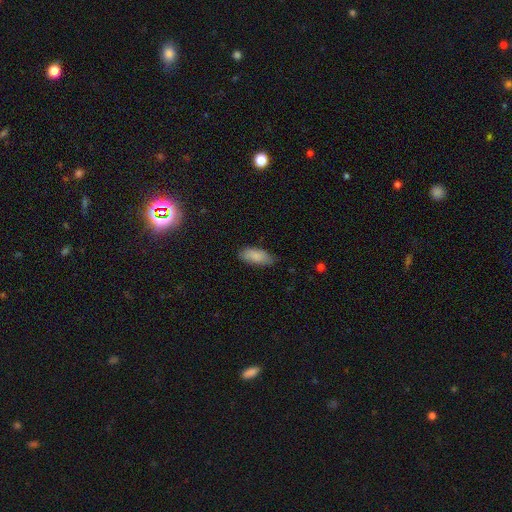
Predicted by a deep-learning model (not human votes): The model was most divided on "merging": none: 75%, minor disturbance: 20%, major disturbance: 3%, merger: 1%. More confident: smooth or featured — smooth (86%); how rounded — in between (85%).